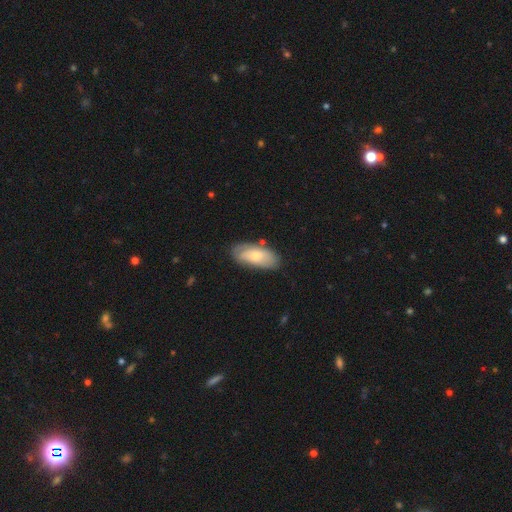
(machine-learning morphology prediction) A smooth galaxy with no disk features (63%) that is in between round and cigar-shaped (89%). Merging: none (70%).